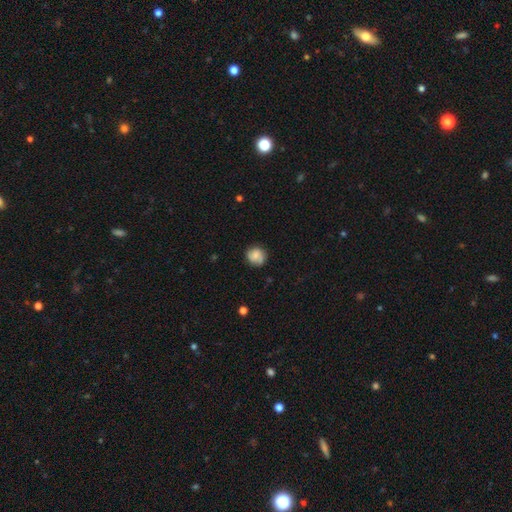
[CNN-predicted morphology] Smooth or featured?
  - smooth: 70% *
  - featured or disk: 22%
  - star or artifact: 9%
How rounded?
  - round: 86% *
  - in between: 13%
  - cigar-shaped: 1%
Merging?
  - none: 74% *
  - minor disturbance: 19%
  - major disturbance: 5%
  - merger: 2%